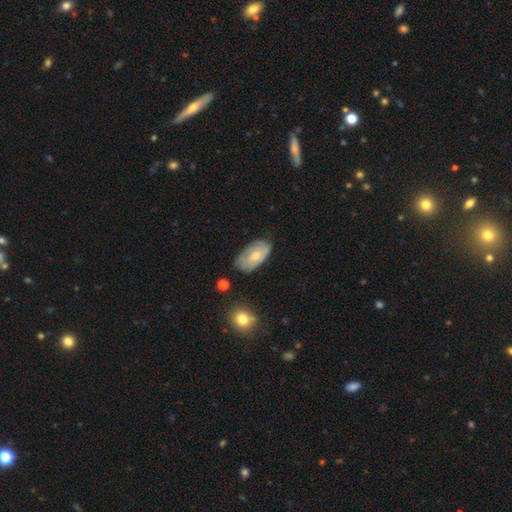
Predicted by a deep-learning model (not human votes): This appears to be a smooth galaxy with no disk features (60%) that is in between round and cigar-shaped (94%). Merging: none (63%).